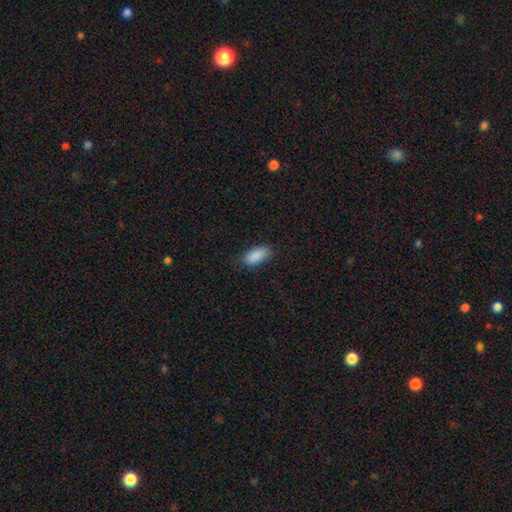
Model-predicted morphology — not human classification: smooth_or_featured: smooth (p=0.89) [alt: star or artifact p=0.07]
how_rounded: in between (p=0.89) [alt: cigar-shaped p=0.08]
merging: none (p=0.81) [alt: minor disturbance p=0.15]